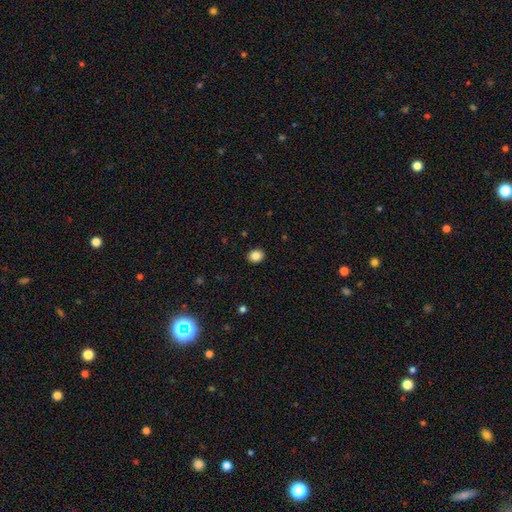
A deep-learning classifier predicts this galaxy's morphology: A smooth galaxy with no disk features (86%) that is round (59%).

Vote fractions:
- Smooth or featured? smooth: 86% / star or artifact: 10% / featured or disk: 5%
- How rounded? round: 59% / in between: 40% / cigar-shaped: 1%
- Merging? none: 91% / minor disturbance: 6% / major disturbance: 2% / merger: 1%